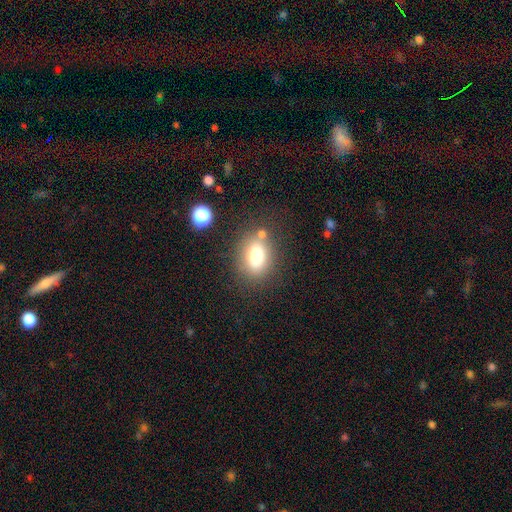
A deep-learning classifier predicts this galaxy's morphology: A smooth galaxy with no disk features (77%) that is in between round and cigar-shaped (67%). Merging: none (72%).